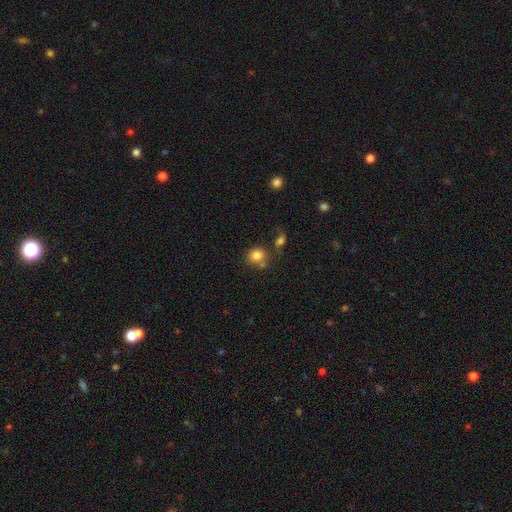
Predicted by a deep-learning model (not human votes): The model was most divided on "merging": none: 62%, merger: 17%, minor disturbance: 15%, major disturbance: 6%. More confident: smooth or featured — smooth (82%); how rounded — round (76%).